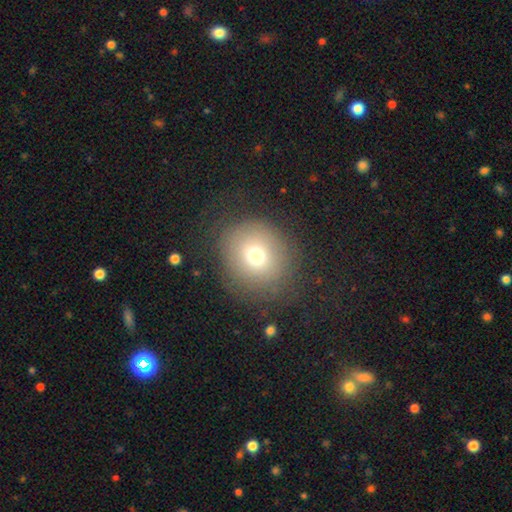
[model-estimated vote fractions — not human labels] Overall: smooth (70%). How rounded: round (87%). Merging: none (76%).